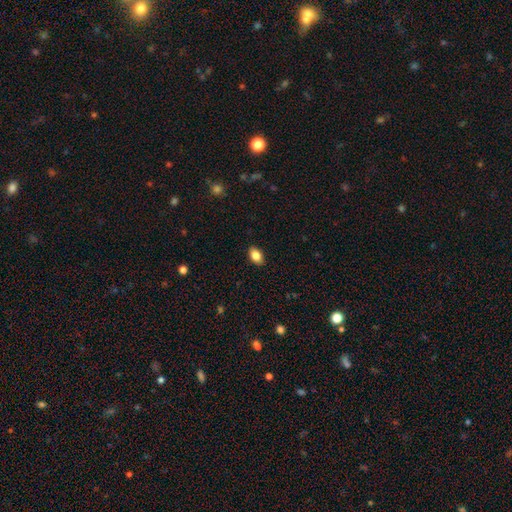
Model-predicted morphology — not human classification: type=smooth (85%); roundness=in between (89%); merging=none (88%).